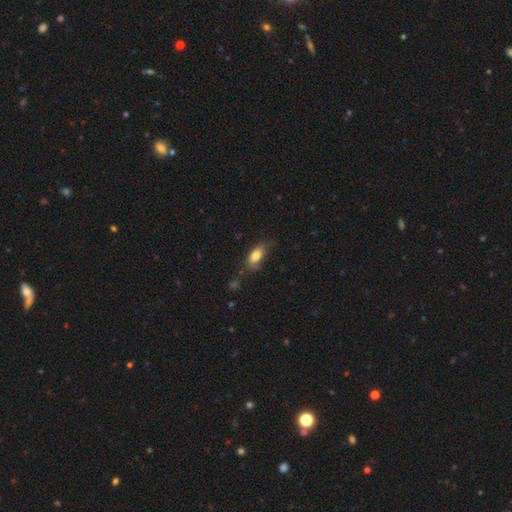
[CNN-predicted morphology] Overall: smooth (80%). How rounded: in between (85%). Merging: none (56%; minor disturbance 31%).